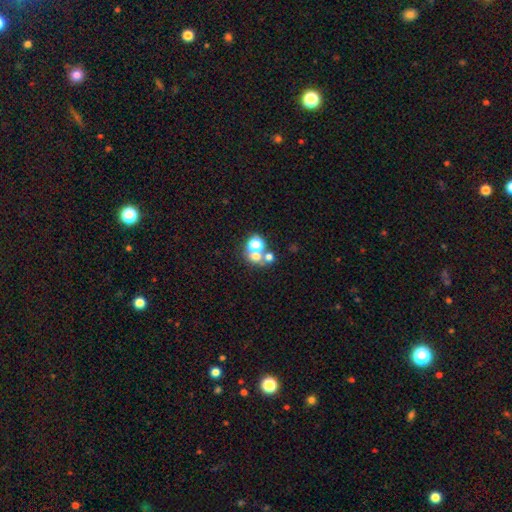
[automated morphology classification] Smooth or featured: smooth — 57% (star or artifact — 24%)
How rounded: round — 79% (in between — 20%)
Merging: merger — 48% (none — 40%)